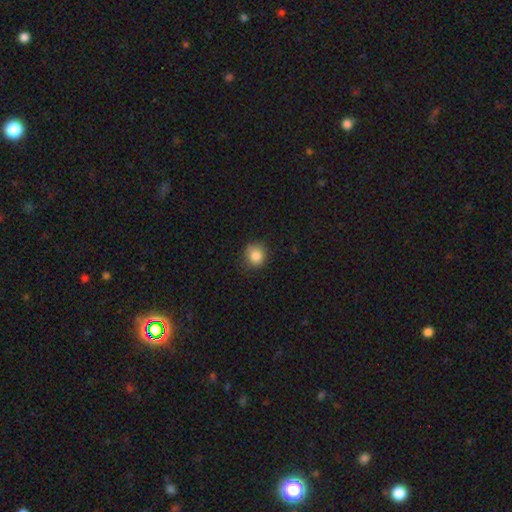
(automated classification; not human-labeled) A smooth galaxy with no disk features (85%) that is round (86%). Merging: none (81%).